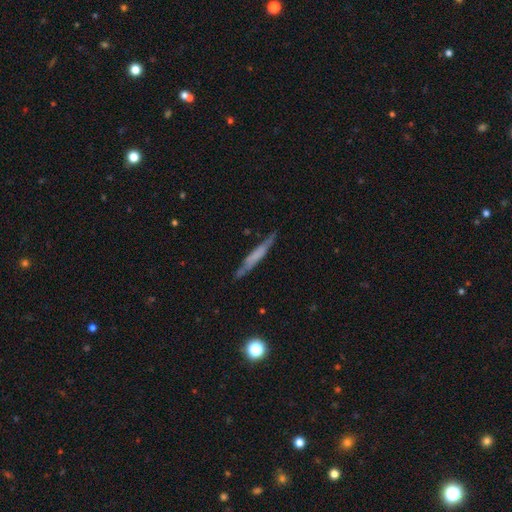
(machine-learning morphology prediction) smooth_or_featured: featured or disk (p=0.47) [alt: smooth p=0.46]
merging: none (p=0.75) [alt: minor disturbance p=0.18]